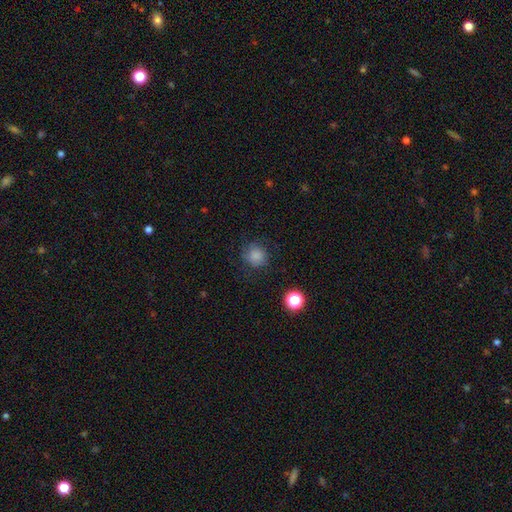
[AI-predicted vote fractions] smooth-or-featured: smooth: 83% | star or artifact: 12% | featured or disk: 5%
  how-rounded: round: 91% | in between: 8% | cigar-shaped: 1%
  merging: none: 80% | minor disturbance: 14% | major disturbance: 5% | merger: 1%